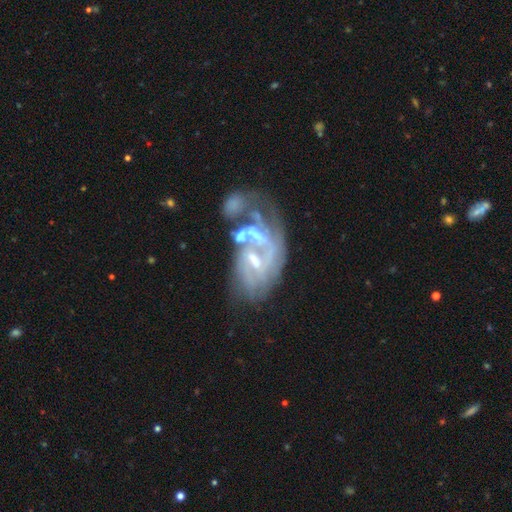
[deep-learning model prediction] Smooth or featured: featured or disk — 81% (smooth — 10%)
Edge-on disk: no — 96% (yes — 4%)
Bar: weak — 42% (no — 31%)
Spiral arms: yes — 80% (no — 20%)
Spiral winding: medium — 39% (tight — 37%)
Spiral arm count: 2 — 43% (can't tell — 32%)
Bulge size: small — 55% (moderate — 30%)
Merging: merger — 42% (none — 23%)